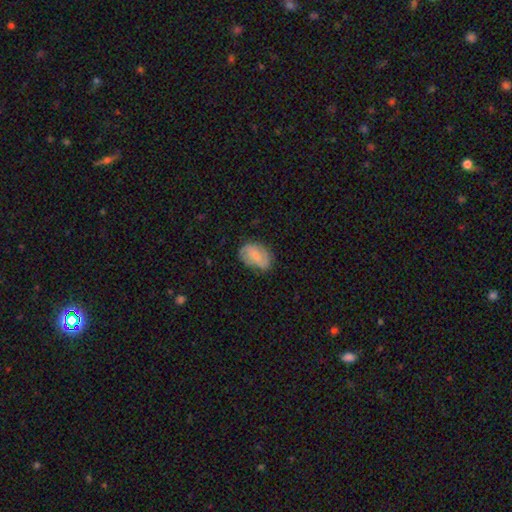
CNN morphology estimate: Smooth or featured: smooth — 61% (featured or disk — 31%)
How rounded: in between — 83% (round — 16%)
Merging: none — 67% (minor disturbance — 25%)